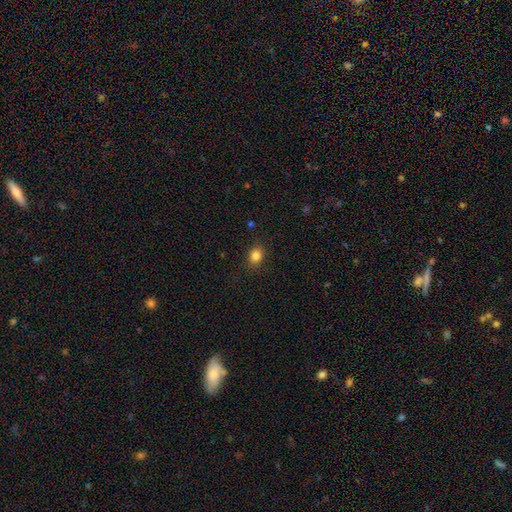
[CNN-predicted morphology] Smooth or featured: smooth — 85% (star or artifact — 11%)
How rounded: round — 55% (in between — 44%)
Merging: none — 86% (minor disturbance — 10%)